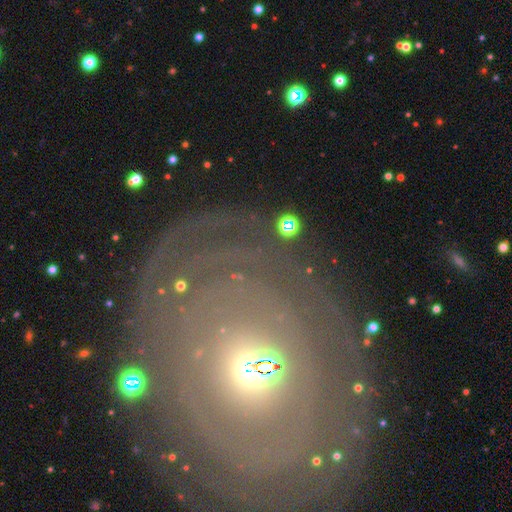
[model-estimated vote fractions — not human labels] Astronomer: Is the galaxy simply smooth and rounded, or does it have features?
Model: featured or disk — 63%.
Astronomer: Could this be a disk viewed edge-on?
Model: no — 95%.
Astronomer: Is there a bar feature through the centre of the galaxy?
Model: no — 80%.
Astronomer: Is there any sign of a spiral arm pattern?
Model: yes — 57% (runner-up: no, 43%).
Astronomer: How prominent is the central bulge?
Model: moderate — 54% (runner-up: small, 31%).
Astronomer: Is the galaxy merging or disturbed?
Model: none — 80%.